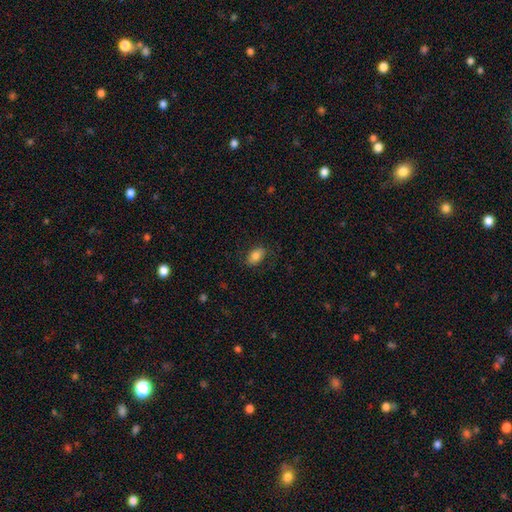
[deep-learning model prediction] smooth_or_featured: smooth (p=0.81) [alt: featured or disk p=0.11]
how_rounded: in between (p=0.89) [alt: round p=0.10]
merging: none (p=0.81) [alt: minor disturbance p=0.14]